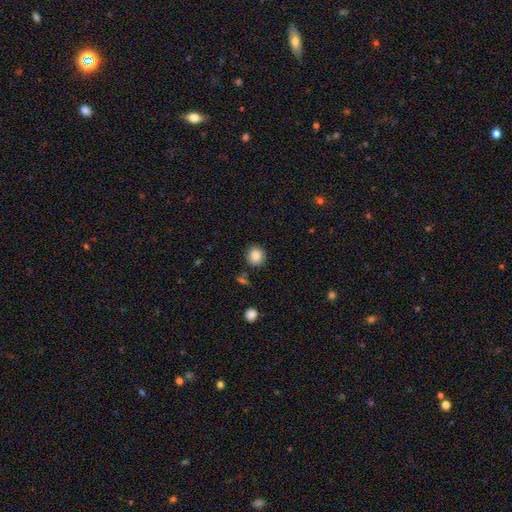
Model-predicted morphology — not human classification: smooth_or_featured: smooth (p=0.87) [alt: star or artifact p=0.09]
how_rounded: round (p=0.86) [alt: in between p=0.13]
merging: none (p=0.86) [alt: minor disturbance p=0.09]